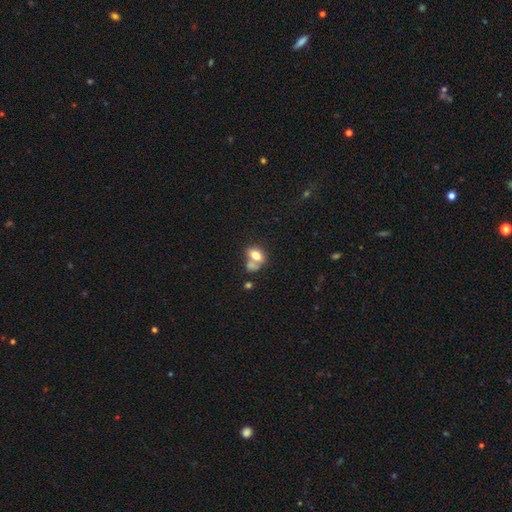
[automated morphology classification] Overall: smooth (74%). How rounded: in between (79%). Merging: merger (47%; none 32%).